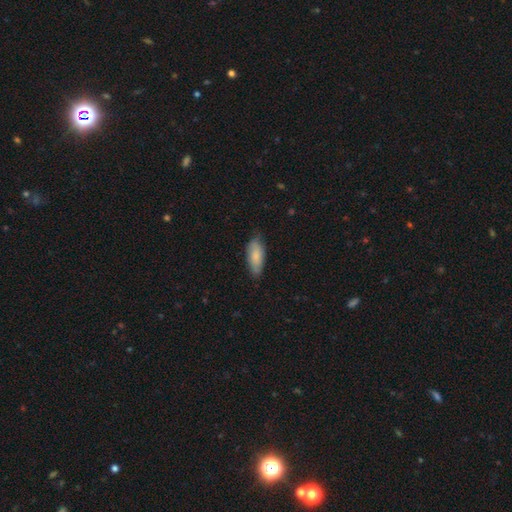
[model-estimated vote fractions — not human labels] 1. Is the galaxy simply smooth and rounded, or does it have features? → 81% smooth, 13% featured or disk, 6% star or artifact.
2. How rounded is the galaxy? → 76% in between, 22% cigar-shaped, 2% round.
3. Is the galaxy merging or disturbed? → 73% none, 23% minor disturbance, 3% major disturbance, 1% merger.